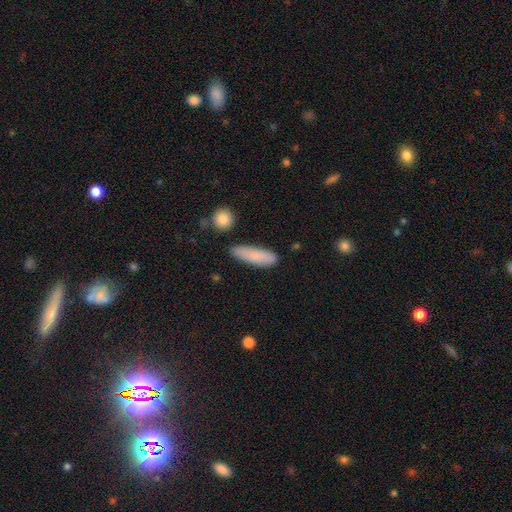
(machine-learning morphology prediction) smooth 83%, featured or disk 11%, star or artifact 7%. Down the decision tree: how rounded — cigar-shaped (57%); merging — none (79%).